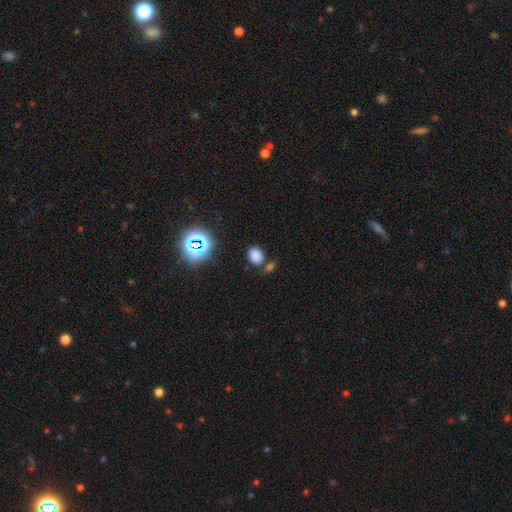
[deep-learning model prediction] Morphology: type=smooth (77%); roundness=in between (58%); merging=none (72%).